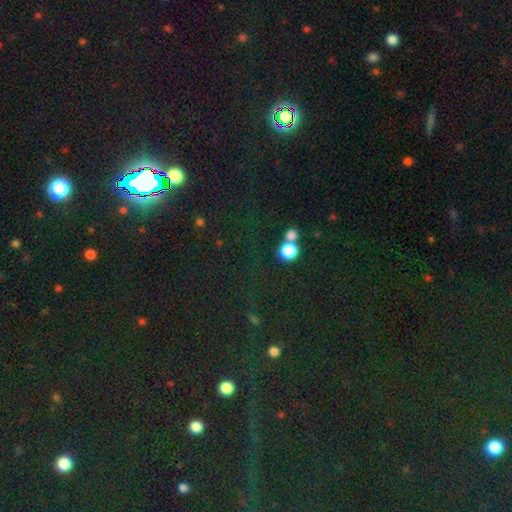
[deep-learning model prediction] Morphology: type=star or artifact (80%).